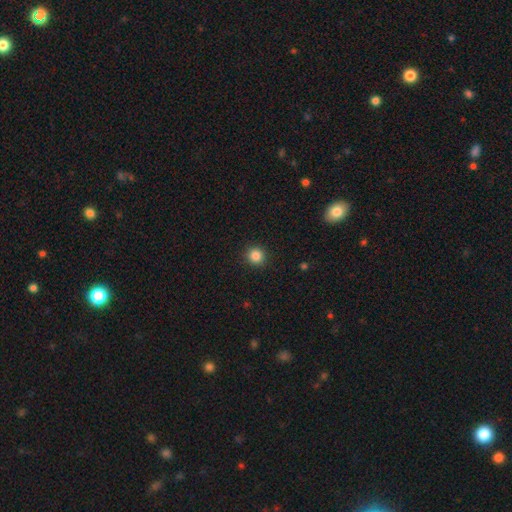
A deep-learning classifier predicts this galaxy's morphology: Overall: smooth (85%). How rounded: round (94%). Merging: none (92%).